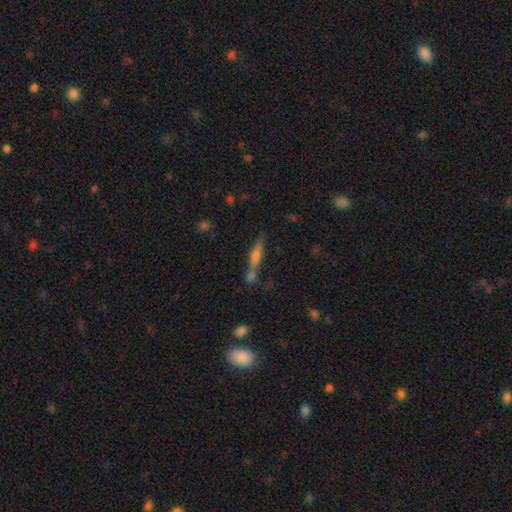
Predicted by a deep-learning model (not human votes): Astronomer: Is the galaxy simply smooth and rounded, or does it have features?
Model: featured or disk — 50% (runner-up: smooth, 40%).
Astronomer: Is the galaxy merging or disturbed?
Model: none — 62%.